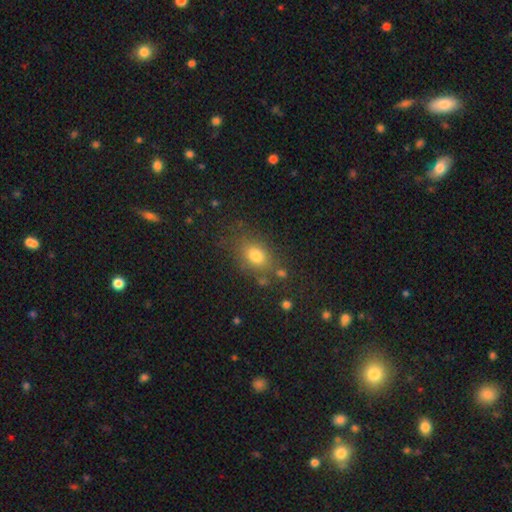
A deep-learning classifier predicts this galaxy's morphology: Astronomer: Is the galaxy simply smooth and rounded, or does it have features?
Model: smooth — 77%.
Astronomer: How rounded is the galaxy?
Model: in between — 69%.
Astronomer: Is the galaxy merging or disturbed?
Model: none — 73%.